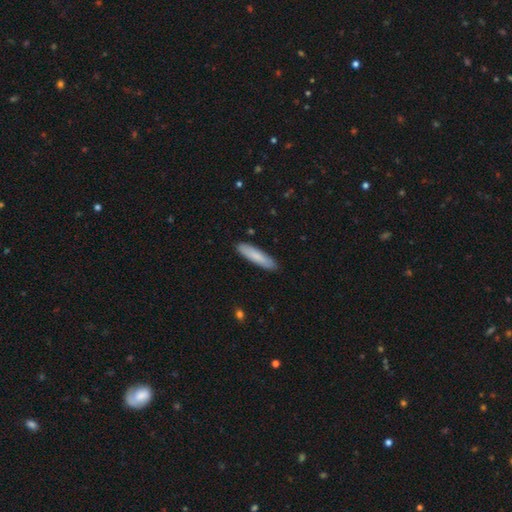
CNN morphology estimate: Overall: smooth (81%). How rounded: cigar-shaped (80%). Merging: none (89%).